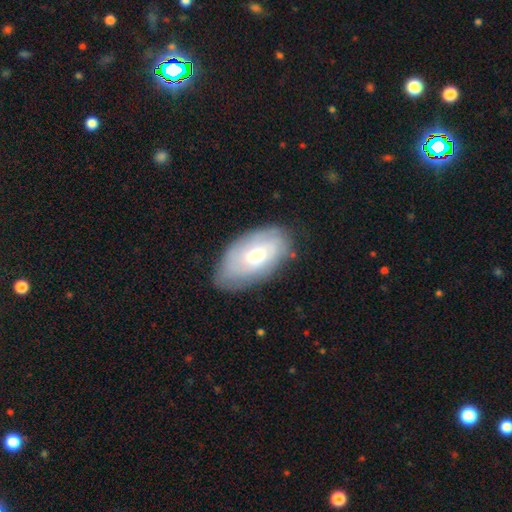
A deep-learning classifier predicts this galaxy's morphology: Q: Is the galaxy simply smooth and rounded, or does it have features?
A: smooth — 47%.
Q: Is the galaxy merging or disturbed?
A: none — 71%.